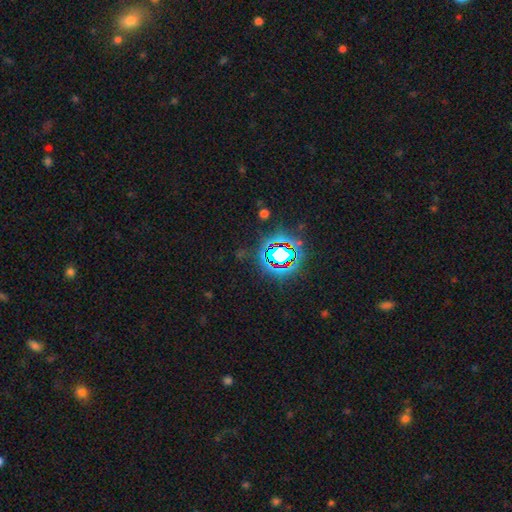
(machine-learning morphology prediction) A star or artifact, not a galaxy (81%).

Vote fractions:
- Smooth or featured? star or artifact: 81% / smooth: 11% / featured or disk: 8%